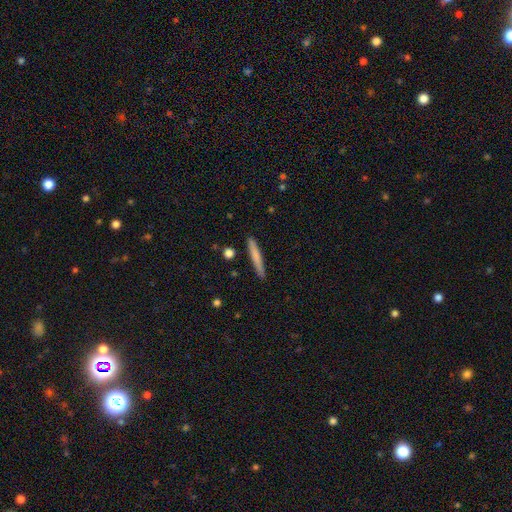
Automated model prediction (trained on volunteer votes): Smooth or featured: smooth — 70% (featured or disk — 24%)
How rounded: cigar-shaped — 95% (in between — 3%)
Merging: none — 88% (minor disturbance — 8%)